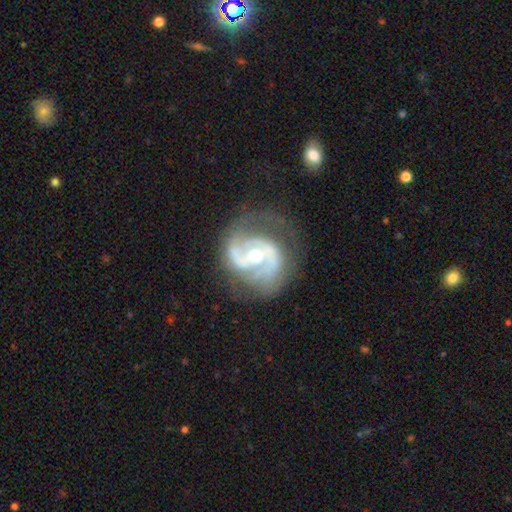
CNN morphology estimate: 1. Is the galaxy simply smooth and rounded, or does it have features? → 89% featured or disk, 6% smooth, 5% star or artifact.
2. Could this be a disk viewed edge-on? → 98% no, 2% yes.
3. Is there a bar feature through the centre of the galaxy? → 42% no, 39% weak, 19% strong.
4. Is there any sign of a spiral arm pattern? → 95% yes, 5% no.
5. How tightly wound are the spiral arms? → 48% medium, 35% tight, 17% loose.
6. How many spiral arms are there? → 70% 2, 10% can't tell, 10% 3, 5% 1, 2% 4, 2% more than 4.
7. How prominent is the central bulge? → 65% moderate, 29% small, 4% large, 1% none, 1% dominant.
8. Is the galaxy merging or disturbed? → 61% none, 21% minor disturbance, 15% major disturbance, 2% merger.